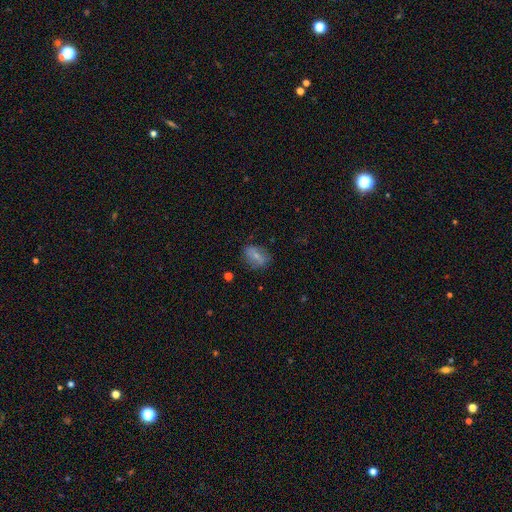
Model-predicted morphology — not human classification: A smooth galaxy with no disk features (68%) that is in between round and cigar-shaped (76%).

Vote fractions:
- Smooth or featured? smooth: 68% / featured or disk: 24% / star or artifact: 9%
- How rounded? in between: 76% / round: 19% / cigar-shaped: 6%
- Merging? none: 76% / minor disturbance: 16% / major disturbance: 5% / merger: 2%